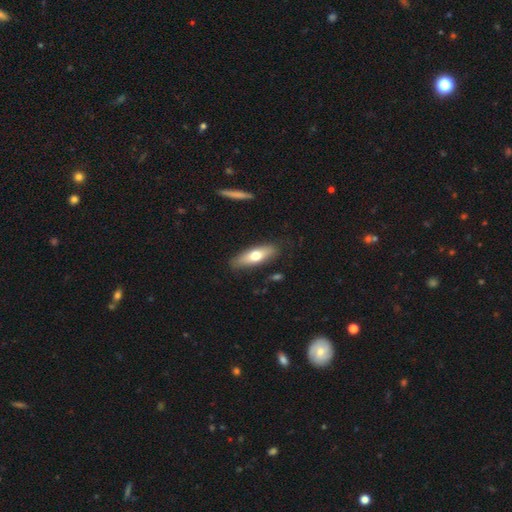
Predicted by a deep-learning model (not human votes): This is likely a smooth galaxy (61%). How rounded: possibly in between (49%, tied with cigar-shaped). Merging: clearly none (84%).